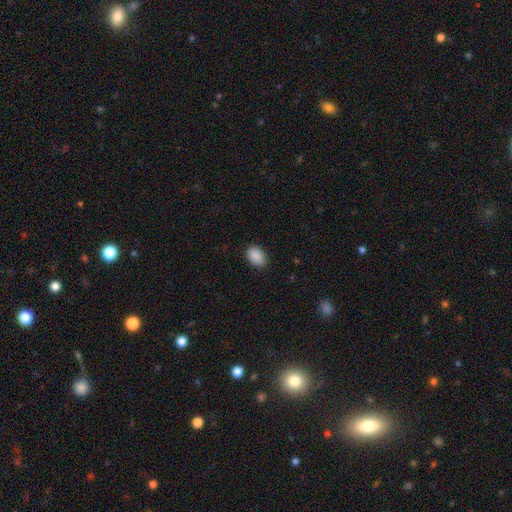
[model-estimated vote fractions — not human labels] smooth 90%, star or artifact 7%, featured or disk 3%. Down the decision tree: how rounded — in between (85%); merging — none (85%).